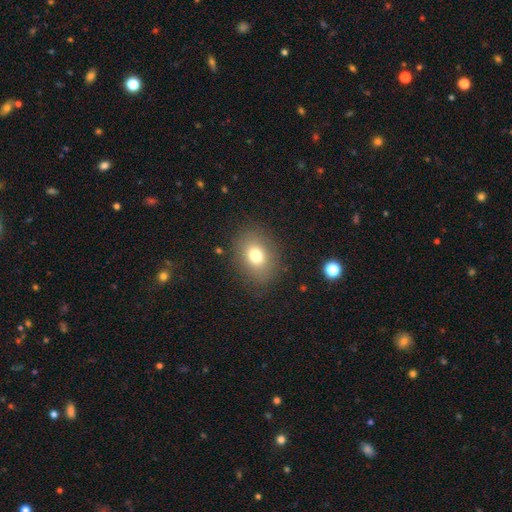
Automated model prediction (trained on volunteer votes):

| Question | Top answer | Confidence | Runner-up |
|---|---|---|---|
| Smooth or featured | smooth | 75% | featured or disk (13%) |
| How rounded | in between | 59% | round (40%) |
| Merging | none | 83% | minor disturbance (11%) |